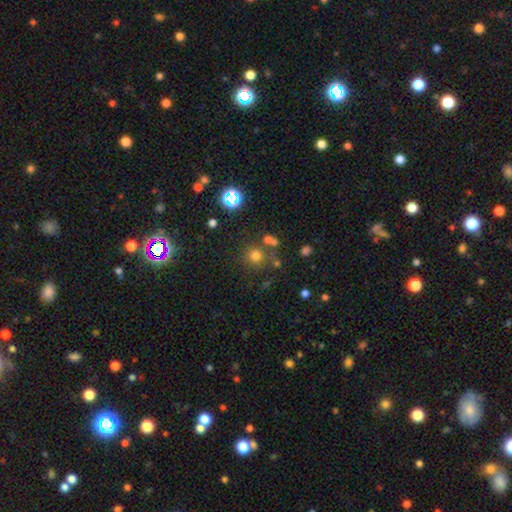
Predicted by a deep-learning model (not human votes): smooth 69%, star or artifact 23%, featured or disk 8%. Down the decision tree: how rounded — round (91%); merging — none (71%).